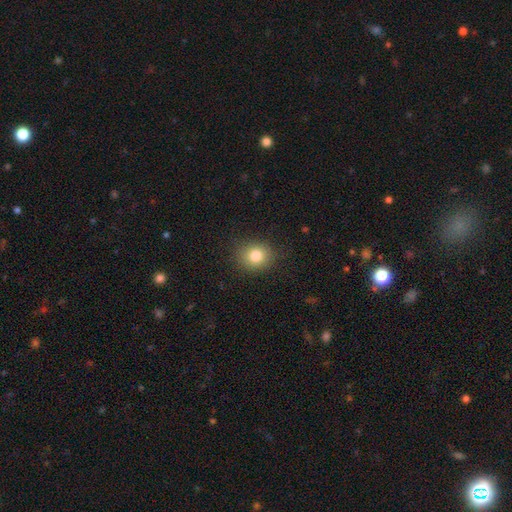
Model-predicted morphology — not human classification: smooth-or-featured: smooth: 81% | star or artifact: 11% | featured or disk: 8%
  how-rounded: round: 74% | in between: 25% | cigar-shaped: 1%
  merging: none: 87% | minor disturbance: 9% | major disturbance: 3% | merger: 1%